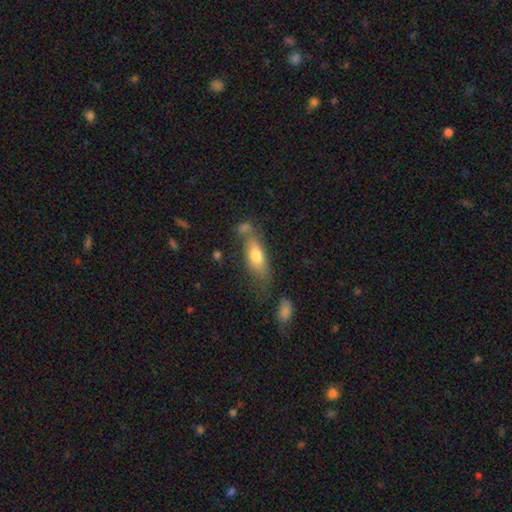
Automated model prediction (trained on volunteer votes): This is likely a smooth galaxy (71%). How rounded: likely in between (68%). Merging: possibly none (51%).